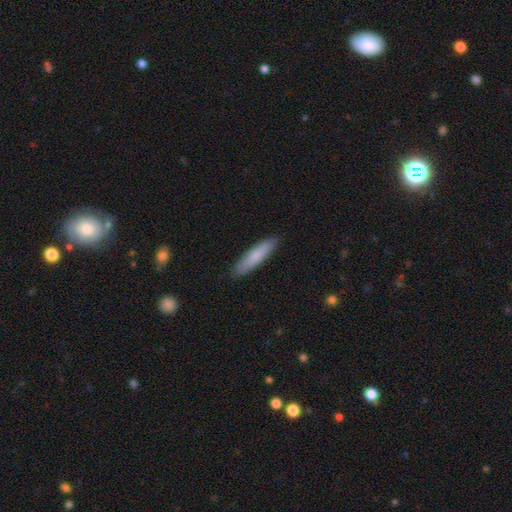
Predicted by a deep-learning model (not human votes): Smooth or featured? smooth (81%)
How rounded? cigar-shaped (83%)
Merging? none (89%)